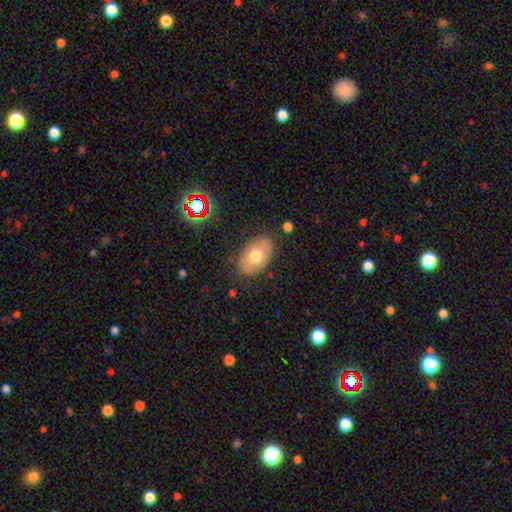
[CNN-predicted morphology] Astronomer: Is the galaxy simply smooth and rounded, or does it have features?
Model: smooth — 68%.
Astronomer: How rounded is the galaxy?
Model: in between — 91%.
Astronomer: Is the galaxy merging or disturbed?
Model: none — 81%.